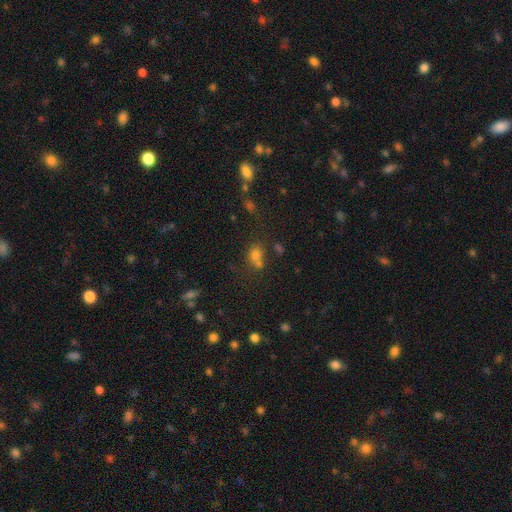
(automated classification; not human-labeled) Smooth or featured? Predicted: smooth (p=0.63). How rounded? Predicted: round (p=0.60). Merging? Predicted: none (p=0.51).